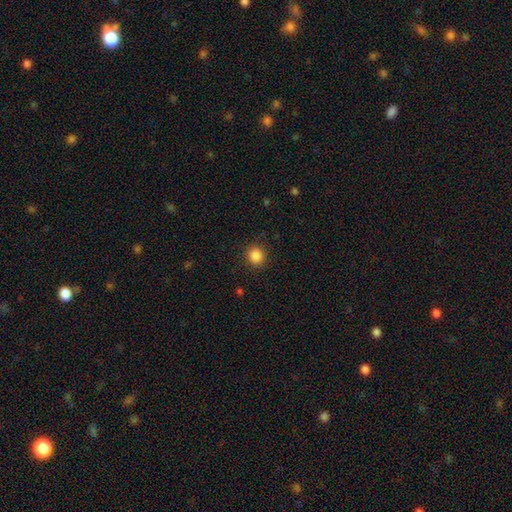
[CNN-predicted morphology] Smooth or featured?
  - smooth: 86% *
  - star or artifact: 11%
  - featured or disk: 3%
How rounded?
  - round: 88% *
  - in between: 11%
  - cigar-shaped: 1%
Merging?
  - none: 90% *
  - minor disturbance: 7%
  - major disturbance: 3%
  - merger: 1%